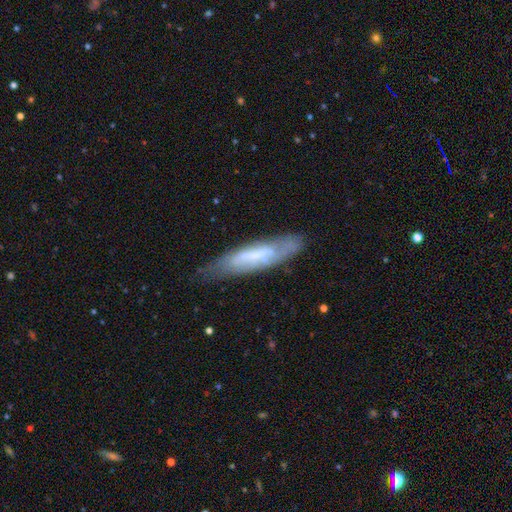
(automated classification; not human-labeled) Smooth or featured? featured or disk (50%)
Edge-on disk? yes (51%)
Merging? none (67%)